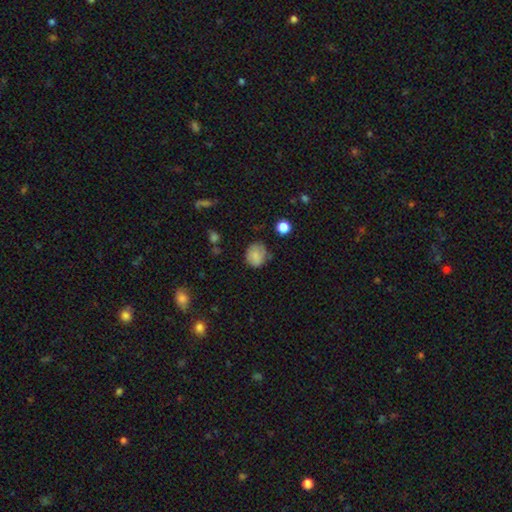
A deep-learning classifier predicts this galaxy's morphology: This is clearly a smooth galaxy (80%). How rounded: likely round (72%). Merging: likely none (64%).